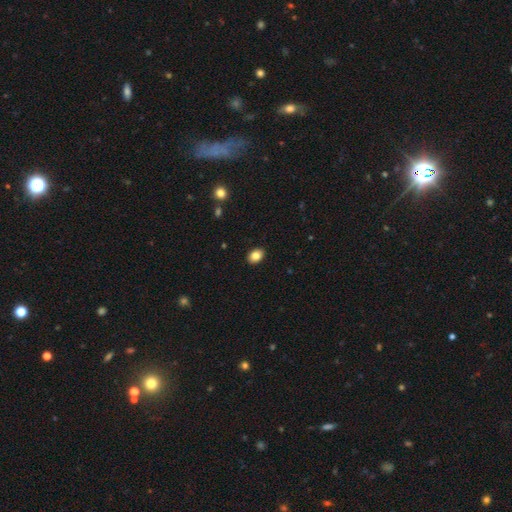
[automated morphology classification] A smooth galaxy with no disk features (85%) that is in between round and cigar-shaped (76%).

Vote fractions:
- Smooth or featured? smooth: 85% / star or artifact: 9% / featured or disk: 7%
- How rounded? in between: 76% / round: 23% / cigar-shaped: 1%
- Merging? none: 90% / minor disturbance: 7% / major disturbance: 2% / merger: 1%